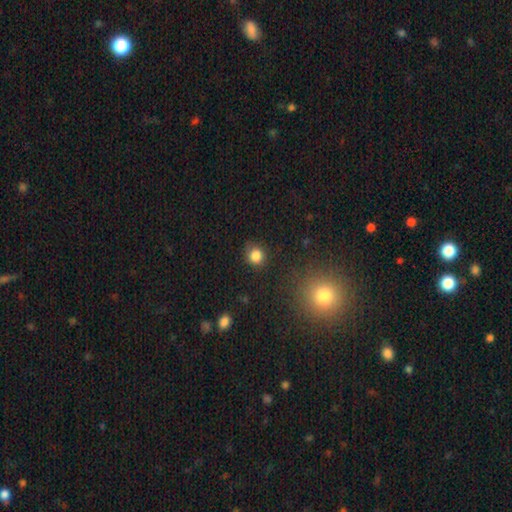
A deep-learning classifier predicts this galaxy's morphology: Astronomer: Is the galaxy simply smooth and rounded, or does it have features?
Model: smooth — 84%.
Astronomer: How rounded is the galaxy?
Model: round — 84%.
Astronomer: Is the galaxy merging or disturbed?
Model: none — 80%.